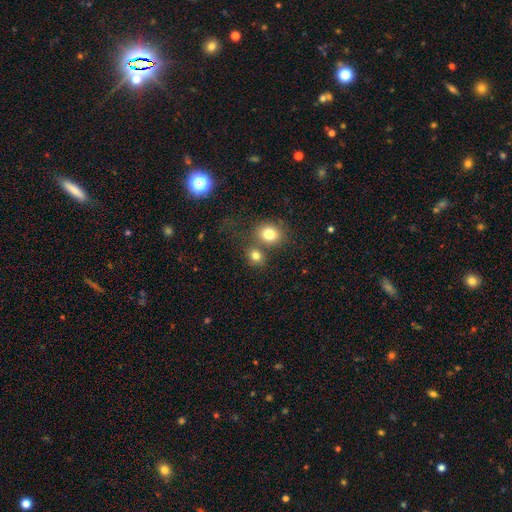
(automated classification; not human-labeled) Overall: smooth (78%). How rounded: round (63%; in between 36%). Merging: none (56%; merger 30%).